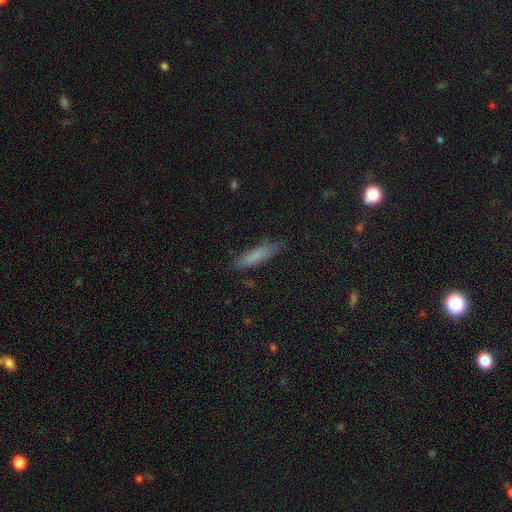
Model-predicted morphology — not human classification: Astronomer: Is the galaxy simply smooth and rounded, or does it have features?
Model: smooth — 76%.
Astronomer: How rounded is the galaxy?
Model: cigar-shaped — 75%.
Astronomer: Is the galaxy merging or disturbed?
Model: none — 80%.